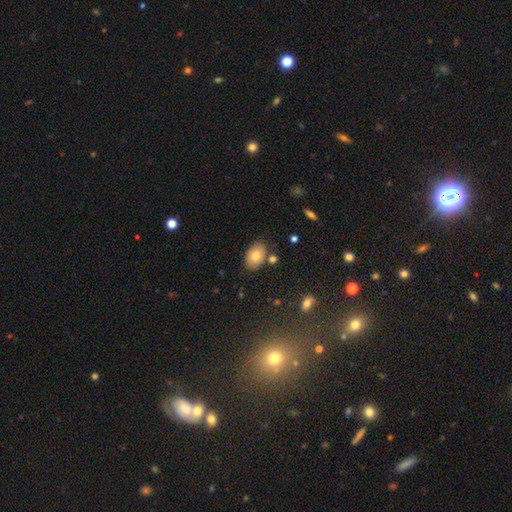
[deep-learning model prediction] Smooth or featured? smooth (77%)
How rounded? in between (86%)
Merging? none (79%)